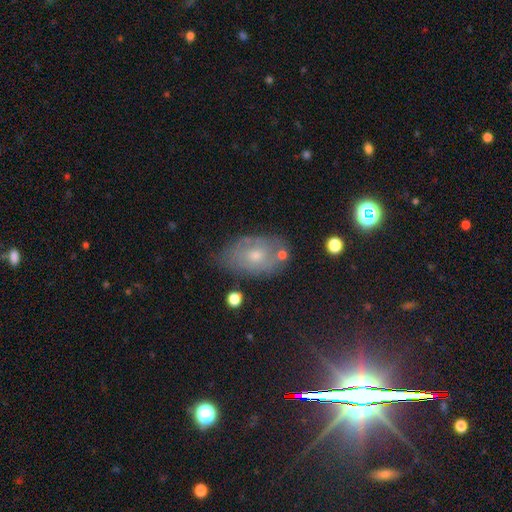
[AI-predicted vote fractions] Smooth or featured? Predicted: featured or disk (p=0.45). Merging? Predicted: none (p=0.58).